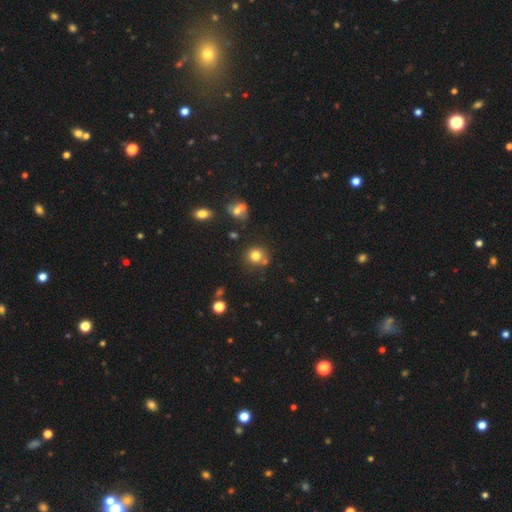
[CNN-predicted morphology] The model was most divided on "merging": none: 69%, merger: 16%, minor disturbance: 11%, major disturbance: 4%. More confident: how rounded — round (87%); smooth or featured — smooth (78%).